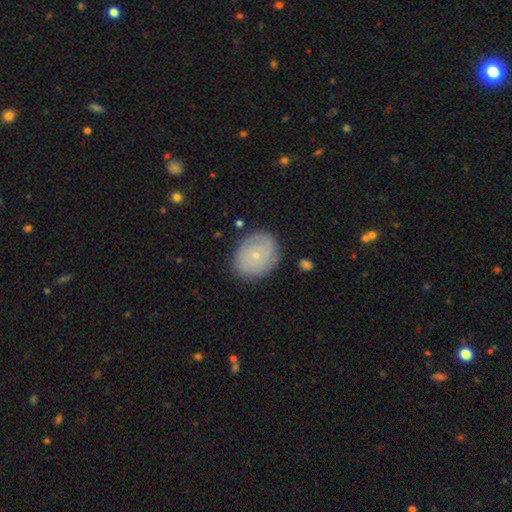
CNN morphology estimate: Smooth or featured: featured or disk — 46% (tied with smooth — 46%)
Merging: none — 80% (minor disturbance — 15%)